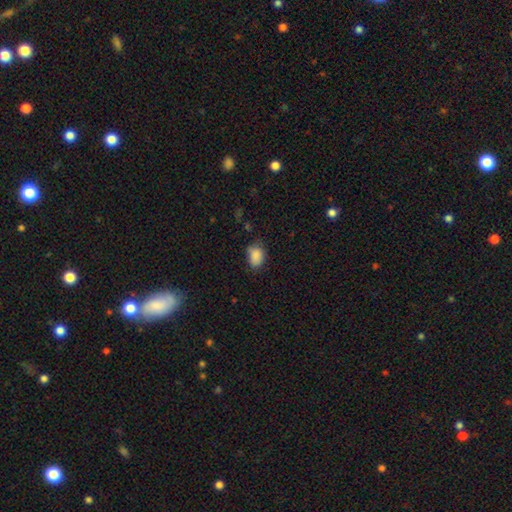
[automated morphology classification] Overall: smooth (86%). How rounded: in between (71%). Merging: none (62%; minor disturbance 29%).